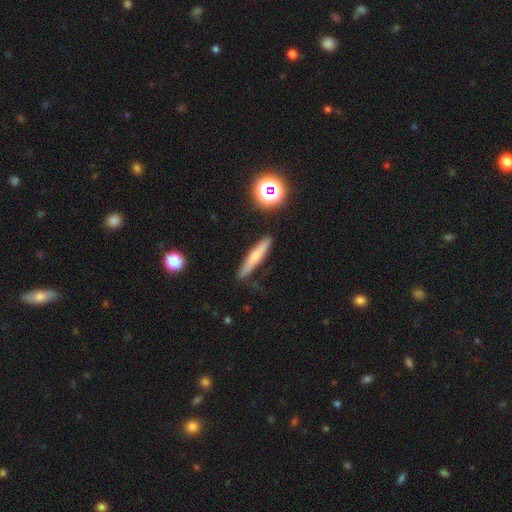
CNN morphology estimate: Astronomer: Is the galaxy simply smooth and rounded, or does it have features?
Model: smooth — 61%.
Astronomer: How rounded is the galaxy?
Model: cigar-shaped — 90%.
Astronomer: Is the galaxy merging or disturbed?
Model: none — 86%.